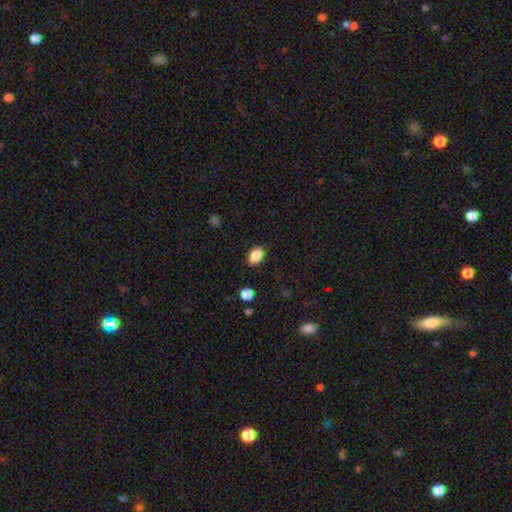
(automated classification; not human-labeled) Smooth or featured?
  - smooth: 88% *
  - star or artifact: 8%
  - featured or disk: 4%
How rounded?
  - in between: 82% *
  - round: 17%
  - cigar-shaped: 1%
Merging?
  - none: 87% *
  - minor disturbance: 9%
  - major disturbance: 3%
  - merger: 1%